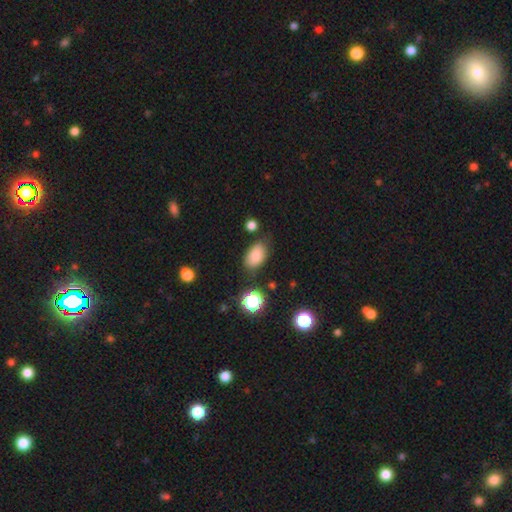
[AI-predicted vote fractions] A smooth galaxy with no disk features (79%) that is in between round and cigar-shaped (87%). Merging: none (73%).